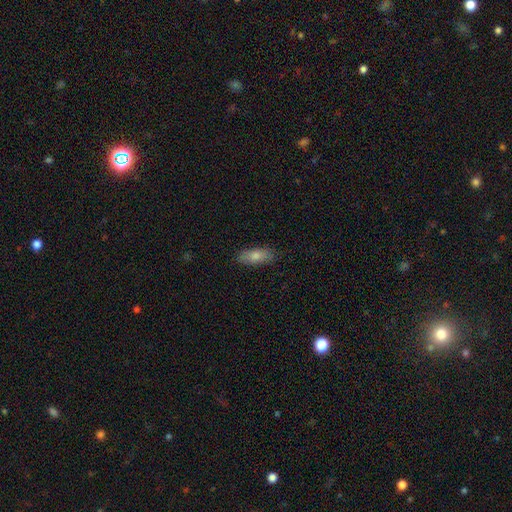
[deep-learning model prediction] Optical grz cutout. It shows a smooth galaxy with no disk features (74%) that is in between round and cigar-shaped (75%). Merging: none (87%).